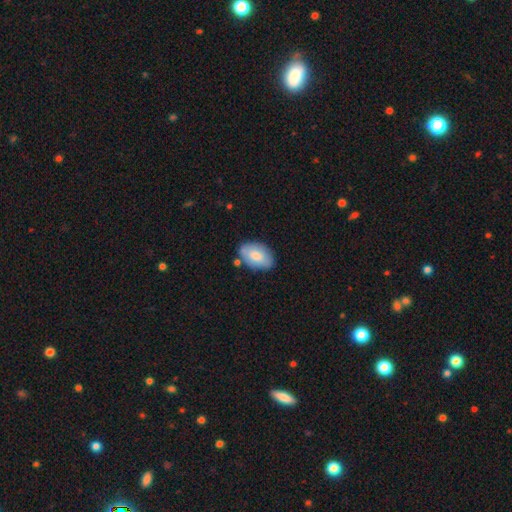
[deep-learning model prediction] This appears to be a smooth galaxy with no disk features (76%) that is in between round and cigar-shaped (92%). Merging: none (74%).